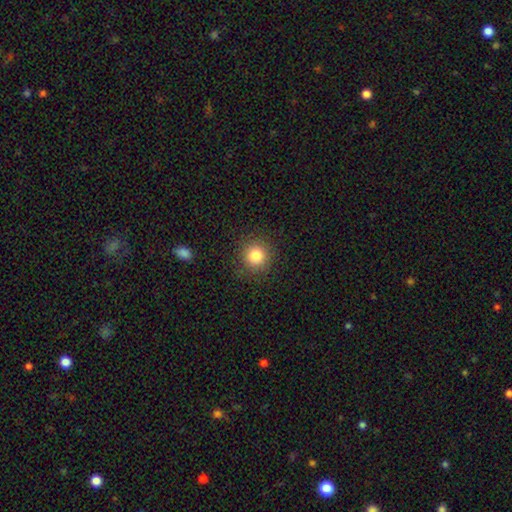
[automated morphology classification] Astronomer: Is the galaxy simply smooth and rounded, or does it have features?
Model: smooth — 82%.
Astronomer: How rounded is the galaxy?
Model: round — 92%.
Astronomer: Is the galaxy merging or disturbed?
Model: none — 88%.